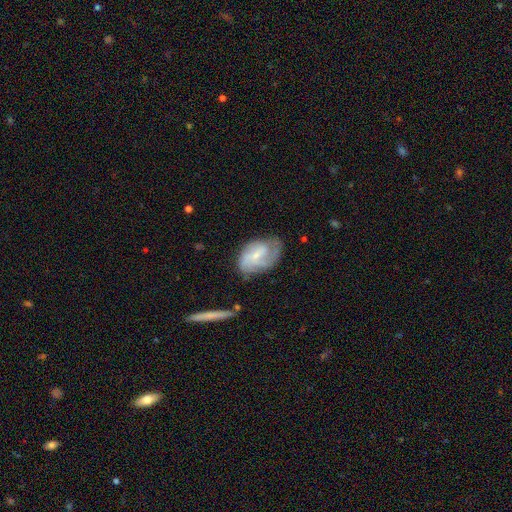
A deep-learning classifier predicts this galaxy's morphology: Smooth or featured? featured or disk (70%)
Edge-on disk? no (96%)
Bar? no (47%)
Spiral arms? yes (90%)
Spiral winding? medium (43%)
Spiral arm count? 2 (35%)
Bulge size? small (66%)
Merging? none (58%)